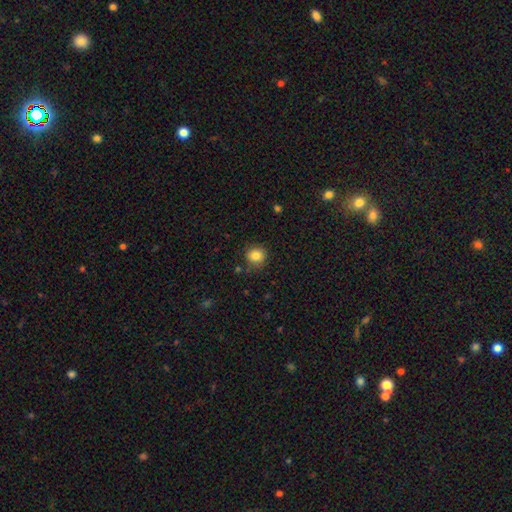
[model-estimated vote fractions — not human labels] A smooth galaxy with no disk features (84%) that is round (88%). Merging: none (83%).